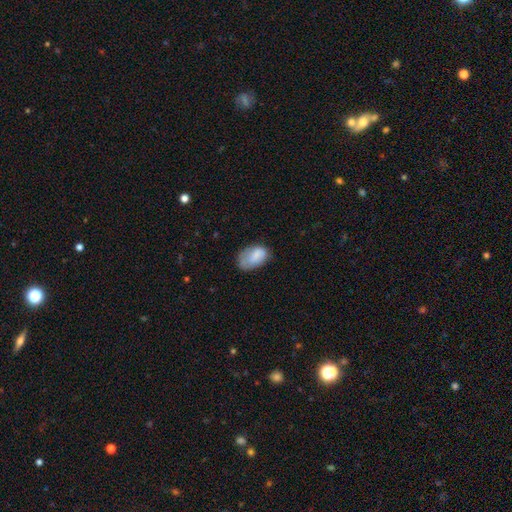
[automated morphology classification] smooth-or-featured: smooth: 77% | featured or disk: 16% | star or artifact: 7%
  how-rounded: in between: 90% | round: 8% | cigar-shaped: 1%
  merging: none: 49% | minor disturbance: 34% | major disturbance: 15% | merger: 2%